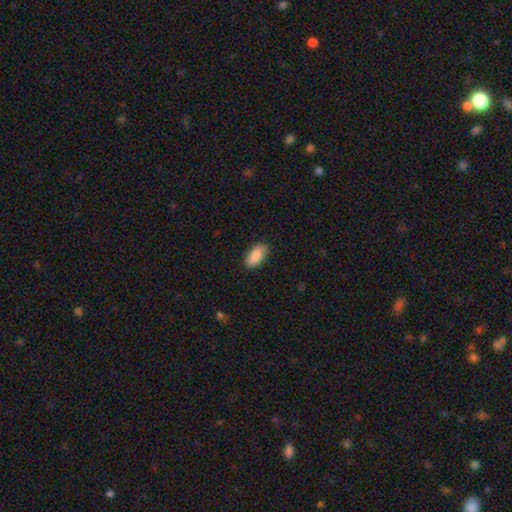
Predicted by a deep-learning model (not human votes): Overall: smooth (88%). How rounded: in between (89%). Merging: none (85%).